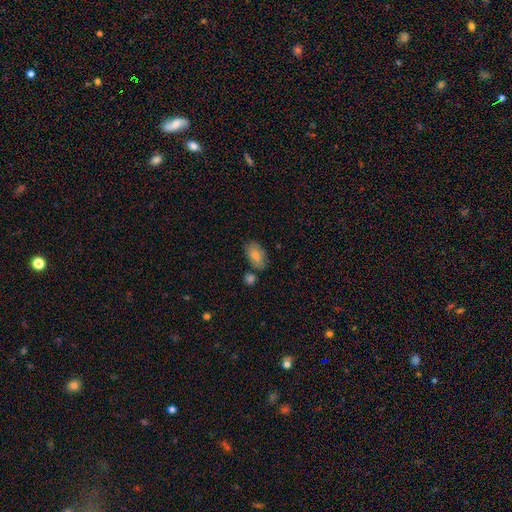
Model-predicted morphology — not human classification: The model was most divided on "merging": none: 66%, minor disturbance: 18%, merger: 12%, major disturbance: 4%. More confident: how rounded — in between (92%); smooth or featured — smooth (79%).